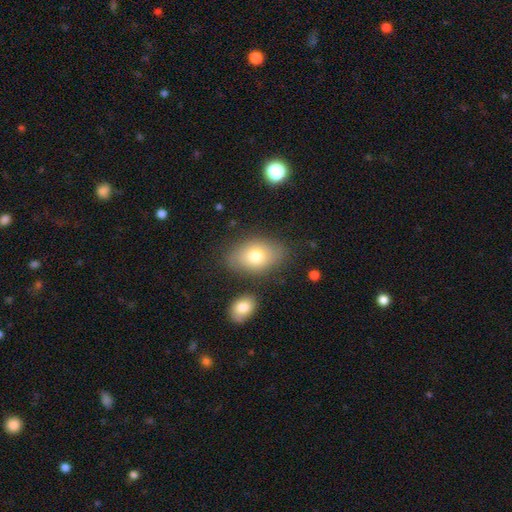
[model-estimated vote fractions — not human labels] A smooth galaxy with no disk features (75%) that is in between round and cigar-shaped (86%). Merging: none (75%).